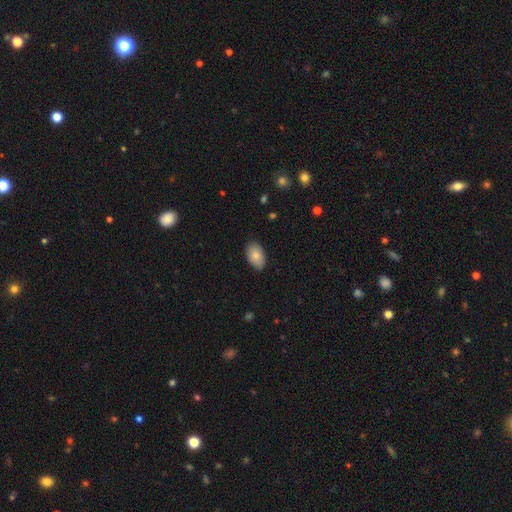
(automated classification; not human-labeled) A smooth galaxy with no disk features (82%) that is in between round and cigar-shaped (92%). Merging: none (85%).